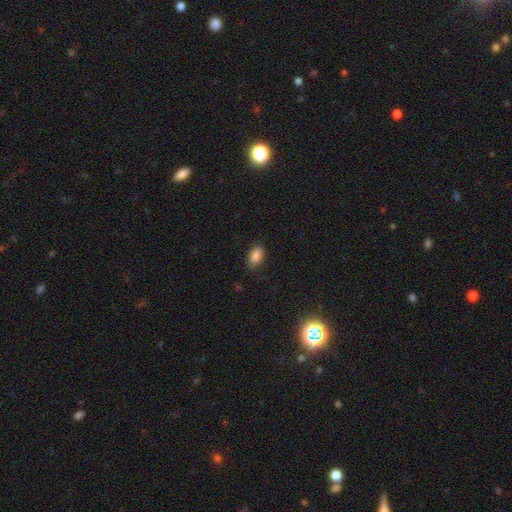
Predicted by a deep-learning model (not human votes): This appears to be a smooth galaxy with no disk features (87%) that is in between round and cigar-shaped (91%). Merging: none (83%).